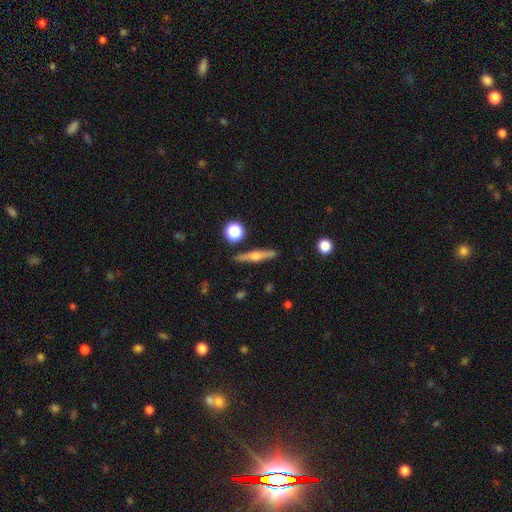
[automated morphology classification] Smooth or featured: featured or disk — 63% (smooth — 30%)
Edge-on disk: yes — 96% (no — 4%)
Edge-on bulge: rounded — 91% (boxy — 5%)
Merging: none — 87% (minor disturbance — 9%)